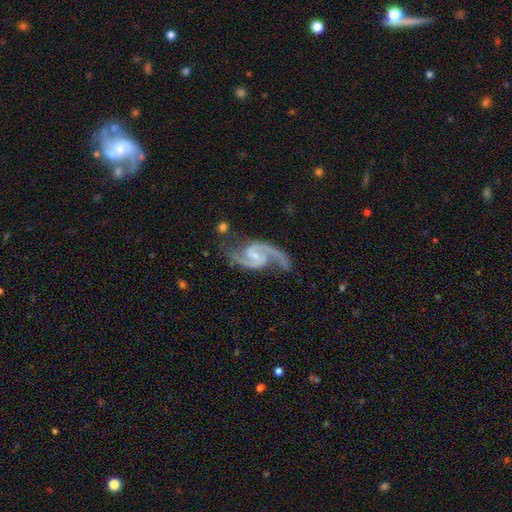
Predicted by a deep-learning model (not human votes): This appears to be a featured or disk galaxy (94%) with a weak bar (47%), 2 (94%) medium (58%) spiral arms (98%) and a small central bulge (70%). Merging: none (69%).